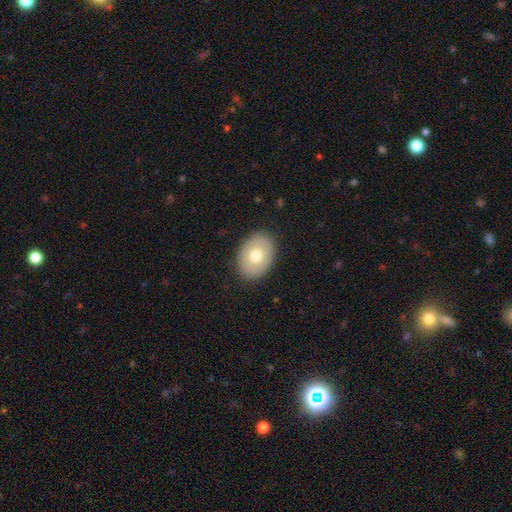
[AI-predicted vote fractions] Smooth or featured? Predicted: smooth (p=0.70). How rounded? Predicted: in between (p=0.68). Merging? Predicted: none (p=0.88).